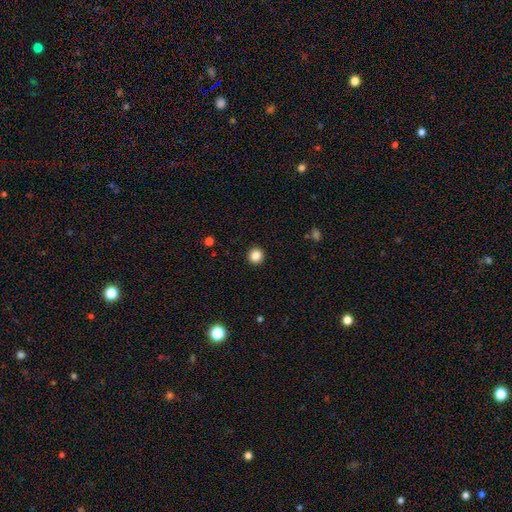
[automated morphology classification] smooth-or-featured: smooth: 85% | star or artifact: 11% | featured or disk: 4%
  how-rounded: round: 96% | in between: 4% | cigar-shaped: 1%
  merging: none: 93% | minor disturbance: 4% | major disturbance: 2% | merger: 1%